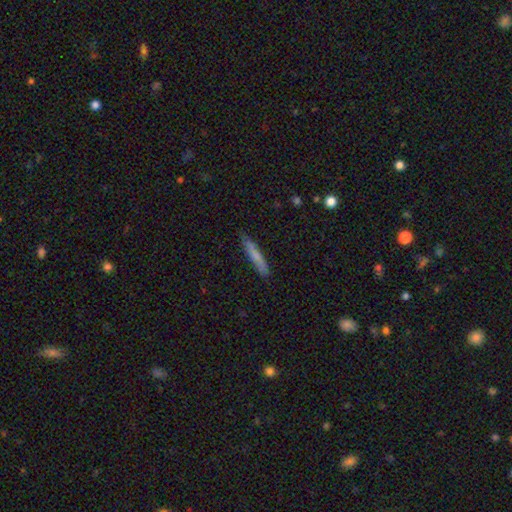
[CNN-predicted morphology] Q: Smooth or featured?
A: smooth (66%); runner-up: featured or disk (28%)
Q: How rounded?
A: cigar-shaped (92%); runner-up: in between (6%)
Q: Merging?
A: none (83%); runner-up: minor disturbance (13%)